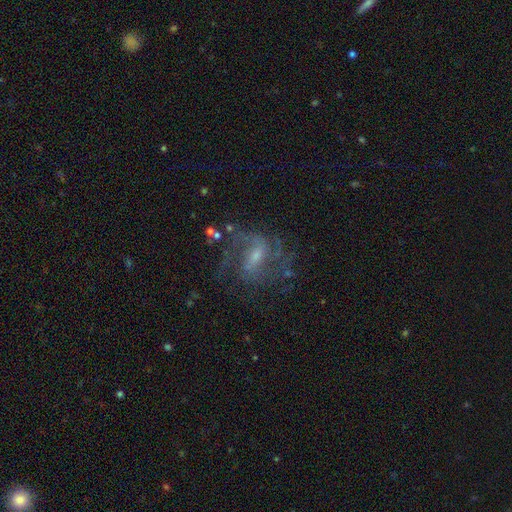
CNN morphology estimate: Q: Smooth or featured?
A: featured or disk (79%); runner-up: star or artifact (12%)
Q: Edge-on disk?
A: no (96%); runner-up: yes (4%)
Q: Bar?
A: weak (52%); runner-up: strong (27%)
Q: Spiral arms?
A: yes (90%); runner-up: no (10%)
Q: Spiral winding?
A: medium (48%); runner-up: loose (33%)
Q: Spiral arm count?
A: 2 (60%); runner-up: can't tell (18%)
Q: Bulge size?
A: small (54%); runner-up: moderate (34%)
Q: Merging?
A: none (60%); runner-up: major disturbance (20%)